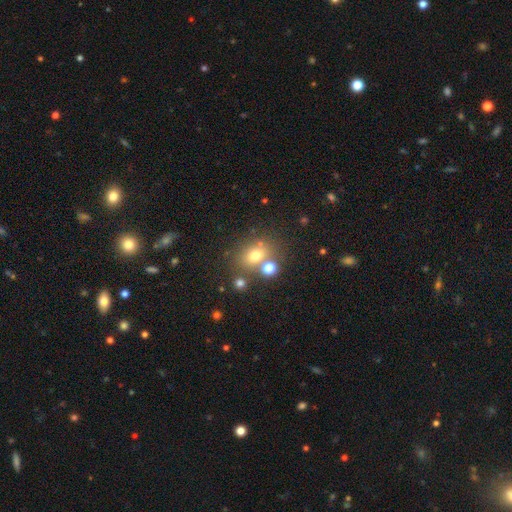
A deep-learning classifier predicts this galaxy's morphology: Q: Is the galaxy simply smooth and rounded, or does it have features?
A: smooth — 69%.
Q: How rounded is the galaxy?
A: in between — 51%.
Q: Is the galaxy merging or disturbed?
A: none — 63%.